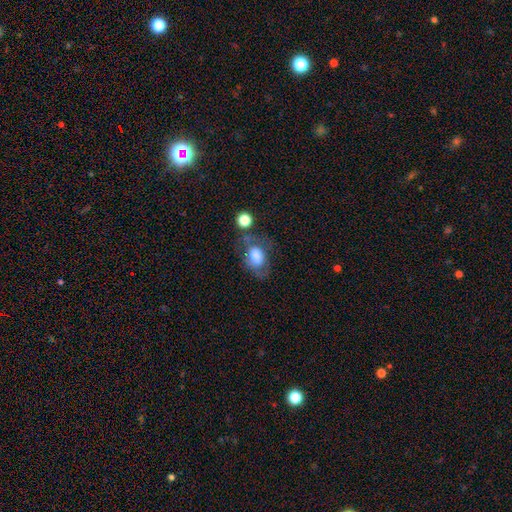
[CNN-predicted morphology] A smooth galaxy with no disk features (67%) that is in between round and cigar-shaped (80%). Merging: none (45%).